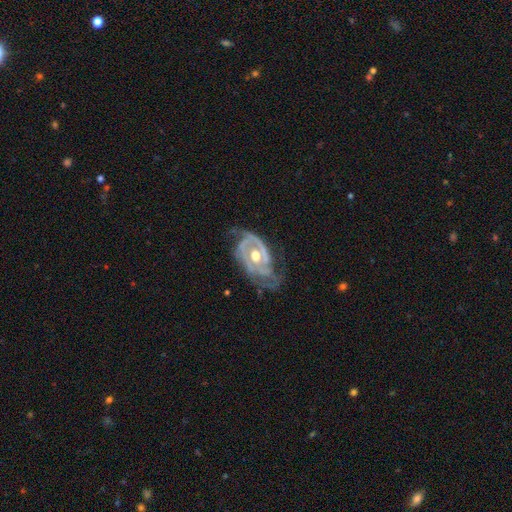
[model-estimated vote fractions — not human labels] This appears to be a featured or disk galaxy (88%) with no bar (66%), 2 (43%) tight (51%) spiral arms (91%) and a moderate central bulge (78%). Merging: none (50%).